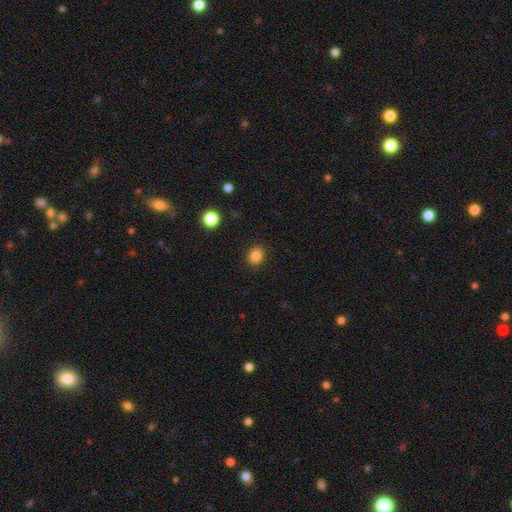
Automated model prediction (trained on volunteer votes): Smooth or featured? Predicted: smooth (p=0.85). How rounded? Predicted: round (p=0.63). Merging? Predicted: none (p=0.89).